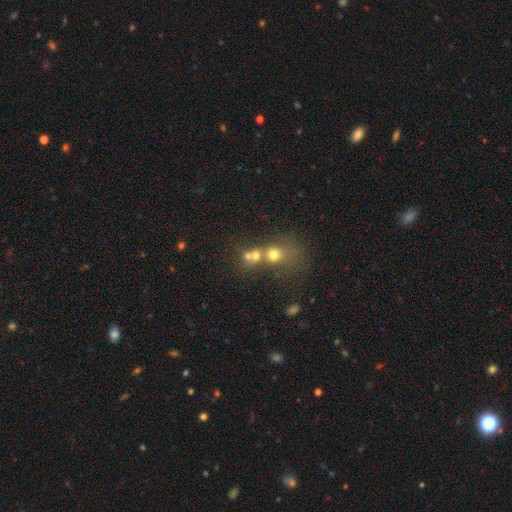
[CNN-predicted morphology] Smooth or featured?
  - smooth: 62% *
  - star or artifact: 20%
  - featured or disk: 18%
How rounded?
  - round: 77% *
  - in between: 22%
  - cigar-shaped: 2%
Merging?
  - merger: 52% *
  - none: 35%
  - minor disturbance: 8%
  - major disturbance: 6%